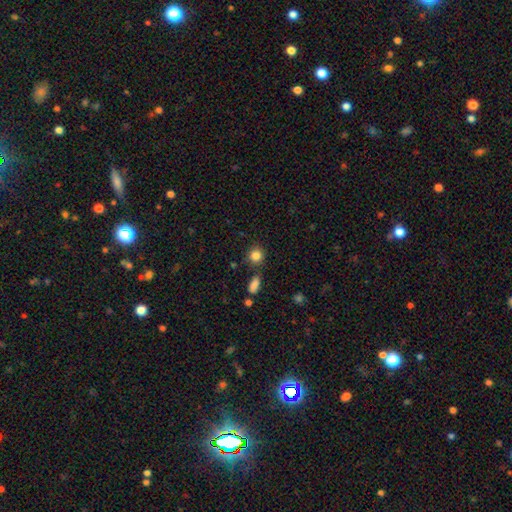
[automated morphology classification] A smooth galaxy with no disk features (84%) that is round (84%).

Vote fractions:
- Smooth or featured? smooth: 84% / star or artifact: 10% / featured or disk: 5%
- How rounded? round: 84% / in between: 15% / cigar-shaped: 1%
- Merging? none: 78% / minor disturbance: 11% / merger: 8% / major disturbance: 3%